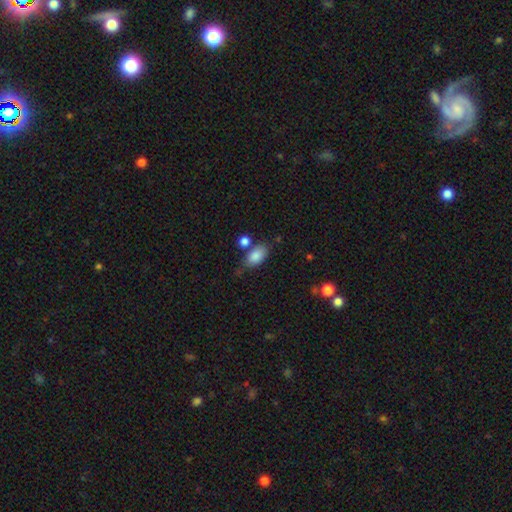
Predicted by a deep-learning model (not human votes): Morphology: type=smooth (86%); roundness=in between (90%); merging=none (63%).